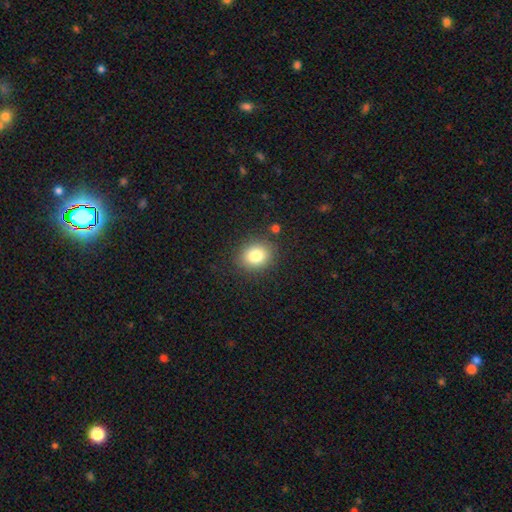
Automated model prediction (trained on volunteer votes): Q: Smooth or featured?
A: smooth (81%); runner-up: star or artifact (11%)
Q: How rounded?
A: round (68%); runner-up: in between (31%)
Q: Merging?
A: none (86%); runner-up: minor disturbance (9%)